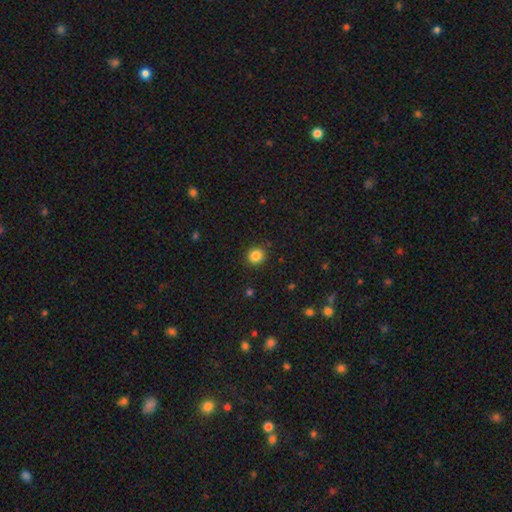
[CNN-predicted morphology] Overall: smooth (85%). How rounded: round (88%). Merging: none (90%).